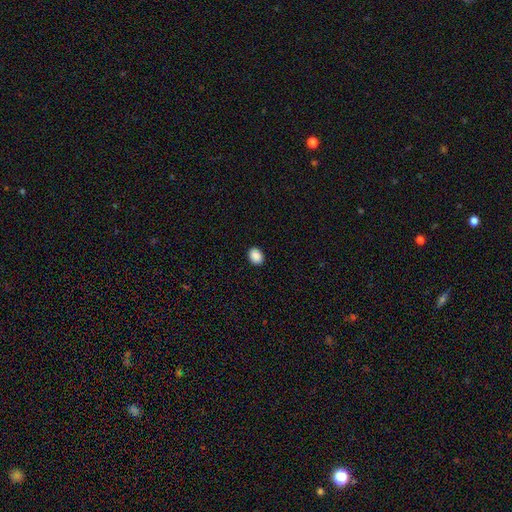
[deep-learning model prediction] A smooth galaxy with no disk features (90%) that is in between round and cigar-shaped (62%).

Vote fractions:
- Smooth or featured? smooth: 90% / star or artifact: 8% / featured or disk: 2%
- How rounded? in between: 62% / round: 37% / cigar-shaped: 1%
- Merging? none: 91% / minor disturbance: 6% / major disturbance: 2% / merger: 1%